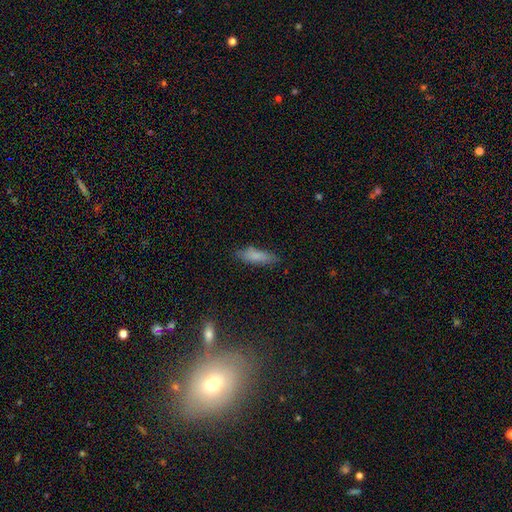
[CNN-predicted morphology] smooth-or-featured: smooth: 80% | featured or disk: 12% | star or artifact: 8%
  how-rounded: cigar-shaped: 51% | in between: 47% | round: 2%
  merging: none: 79% | minor disturbance: 16% | major disturbance: 3% | merger: 2%